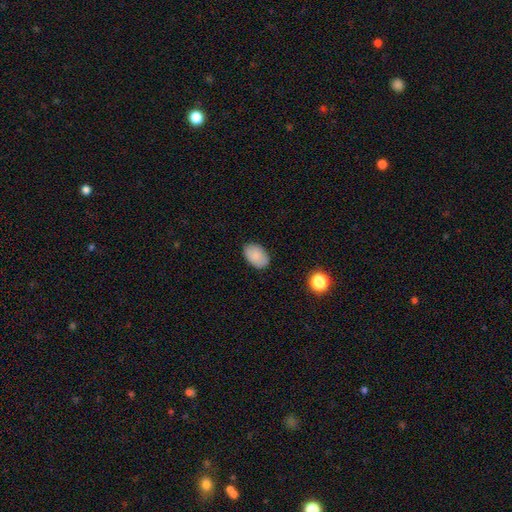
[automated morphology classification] Smooth or featured: smooth — 87% (star or artifact — 8%)
How rounded: in between — 88% (round — 11%)
Merging: none — 85% (minor disturbance — 12%)